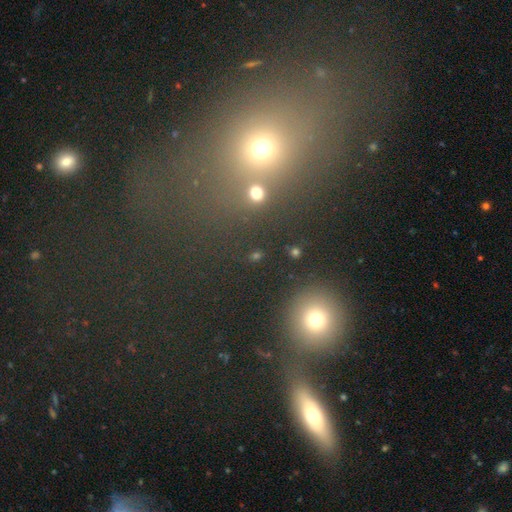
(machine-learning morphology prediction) Smooth or featured?
  - smooth: 65% *
  - star or artifact: 23%
  - featured or disk: 12%
How rounded?
  - round: 72% *
  - in between: 24%
  - cigar-shaped: 4%
Merging?
  - none: 69% *
  - merger: 14%
  - minor disturbance: 10%
  - major disturbance: 7%